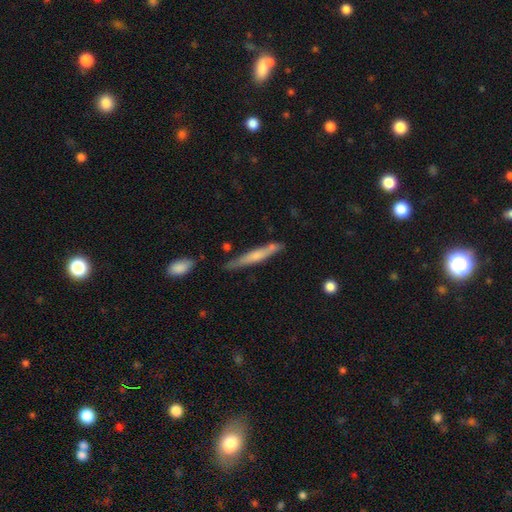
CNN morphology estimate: smooth 55%, featured or disk 40%, star or artifact 6%. Down the decision tree: how rounded — cigar-shaped (93%); merging — none (69%).